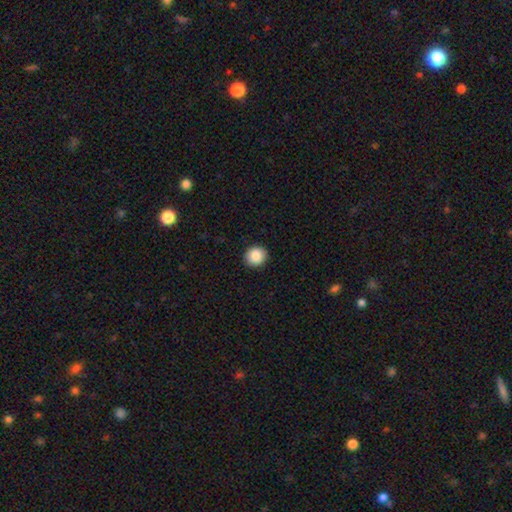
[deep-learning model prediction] This is clearly a smooth galaxy (87%). How rounded: clearly round (89%). Merging: clearly none (93%).